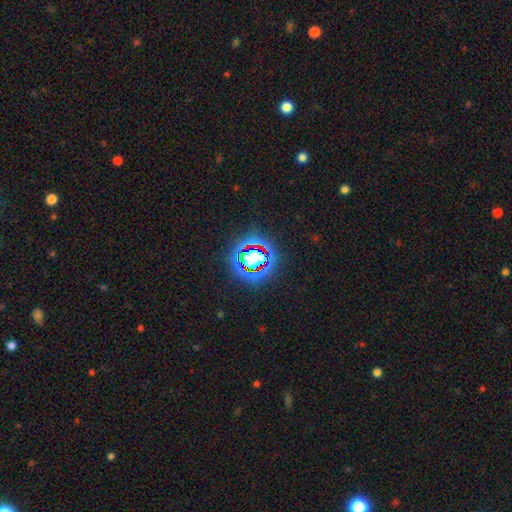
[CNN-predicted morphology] smooth-or-featured: star or artifact: 68% | smooth: 20% | featured or disk: 12%